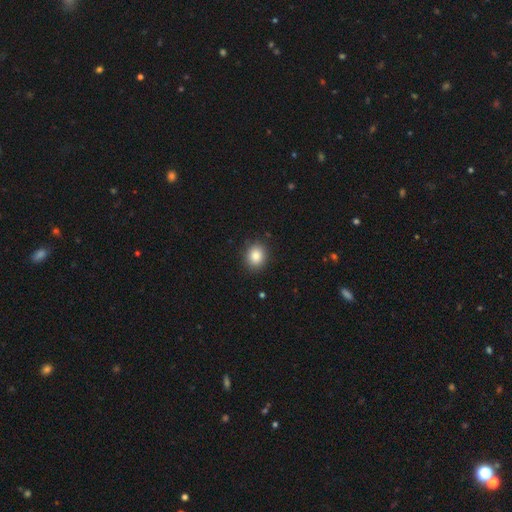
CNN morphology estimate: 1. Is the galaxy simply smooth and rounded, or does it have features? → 85% smooth, 9% star or artifact, 5% featured or disk.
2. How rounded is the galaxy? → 64% round, 36% in between, 1% cigar-shaped.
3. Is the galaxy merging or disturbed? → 88% none, 9% minor disturbance, 2% major disturbance, 1% merger.